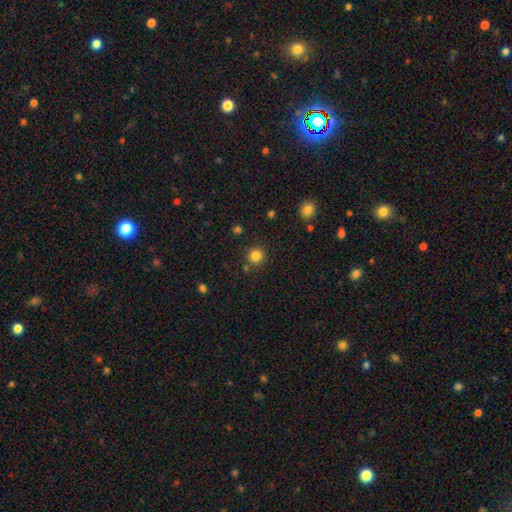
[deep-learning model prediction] This is clearly a smooth galaxy (83%). How rounded: clearly round (94%). Merging: clearly none (85%).